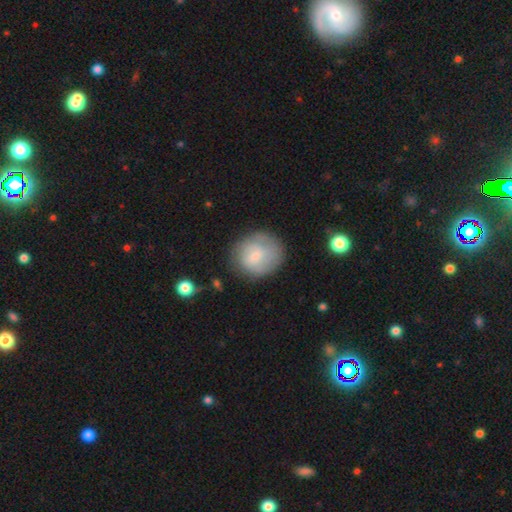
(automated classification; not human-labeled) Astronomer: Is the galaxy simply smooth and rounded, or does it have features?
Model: smooth — 63%.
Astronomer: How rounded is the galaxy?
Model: round — 79%.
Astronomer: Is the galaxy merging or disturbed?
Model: none — 67%.